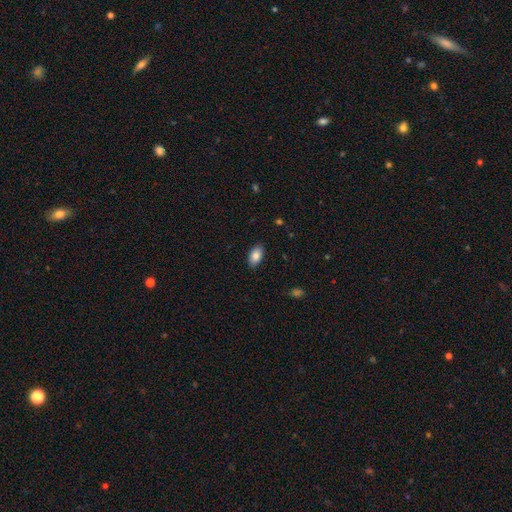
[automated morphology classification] Q: Smooth or featured?
A: smooth (85%); runner-up: featured or disk (8%)
Q: How rounded?
A: in between (94%); runner-up: round (4%)
Q: Merging?
A: none (88%); runner-up: minor disturbance (9%)